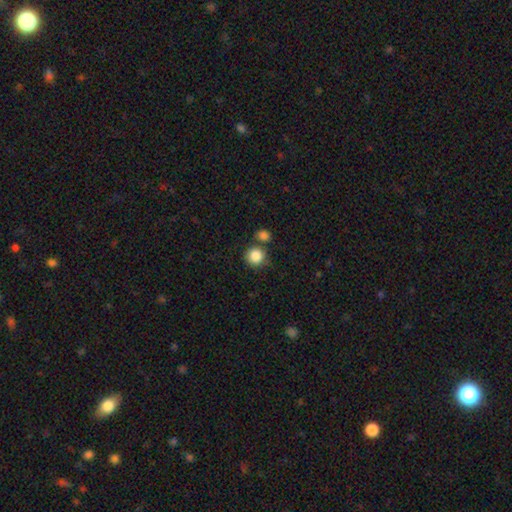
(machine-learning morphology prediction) Smooth or featured? Predicted: smooth (p=0.86). How rounded? Predicted: round (p=0.91). Merging? Predicted: none (p=0.66).